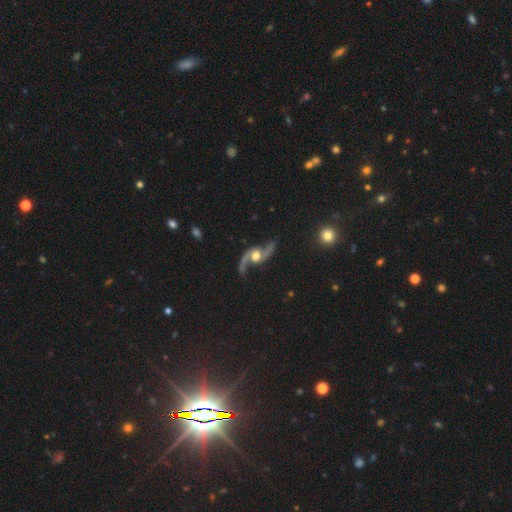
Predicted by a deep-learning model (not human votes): A featured or disk galaxy (91%) with no bar (62%), 2 (95%) loose (84%) spiral arms (97%) and a moderate central bulge (59%).

Vote fractions:
- Smooth or featured? featured or disk: 91% / star or artifact: 5% / smooth: 4%
- Edge-on disk? no: 94% / yes: 6%
- Bar? no: 62% / weak: 27% / strong: 11%
- Spiral arms? yes: 97% / no: 3%
- Spiral winding? loose: 84% / medium: 12% / tight: 3%
- Spiral arm count? 2: 95% / 1: 1% / can't tell: 1% / 3: 1% / 4: 1% / more than 4: 1%
- Bulge size? moderate: 59% / large: 28% / small: 8% / dominant: 3% / none: 2%
- Merging? none: 77% / minor disturbance: 13% / major disturbance: 7% / merger: 3%